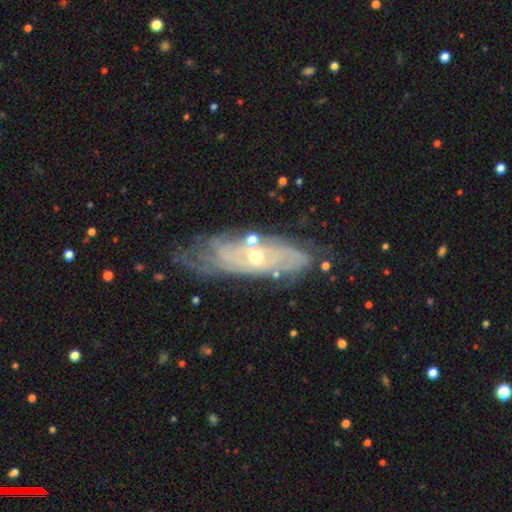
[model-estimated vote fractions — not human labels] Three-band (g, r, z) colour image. It shows a featured or disk galaxy (81%) with no bar (69%), tight (69%) spiral arms (88%) and a small central bulge (56%). Merging: none (64%).